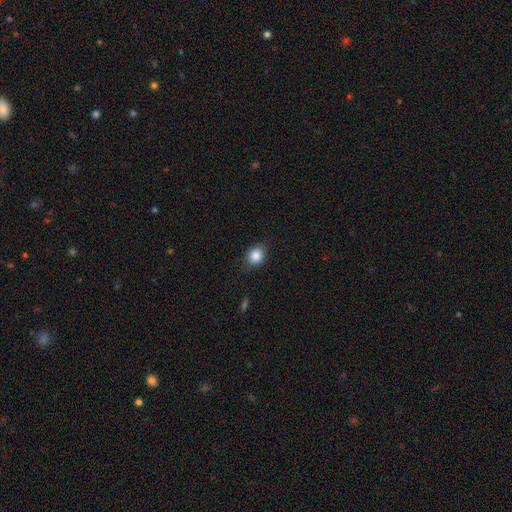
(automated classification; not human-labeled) Smooth or featured?
  - smooth: 84% *
  - star or artifact: 9%
  - featured or disk: 6%
How rounded?
  - round: 59% *
  - in between: 39%
  - cigar-shaped: 1%
Merging?
  - none: 79% *
  - minor disturbance: 17%
  - major disturbance: 4%
  - merger: 1%